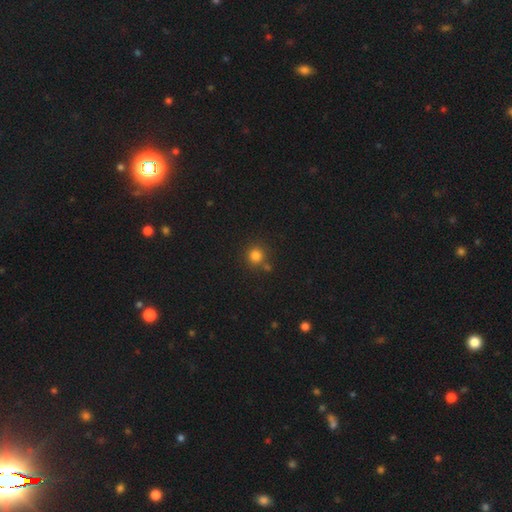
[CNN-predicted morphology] Smooth or featured?
  - smooth: 81% *
  - star or artifact: 14%
  - featured or disk: 5%
How rounded?
  - round: 92% *
  - in between: 7%
  - cigar-shaped: 1%
Merging?
  - none: 74% *
  - merger: 14%
  - minor disturbance: 10%
  - major disturbance: 3%